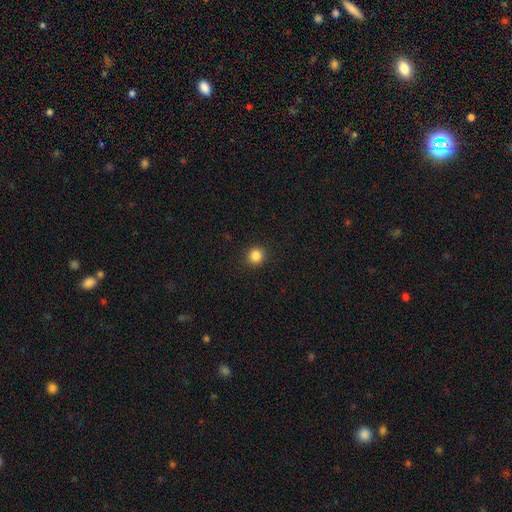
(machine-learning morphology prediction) Smooth or featured? smooth (85%)
How rounded? round (91%)
Merging? none (92%)